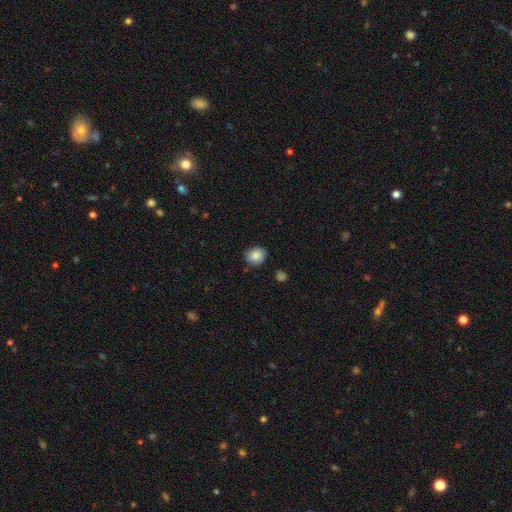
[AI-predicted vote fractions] Smooth or featured? Predicted: smooth (p=0.85). How rounded? Predicted: round (p=0.74). Merging? Predicted: none (p=0.83).